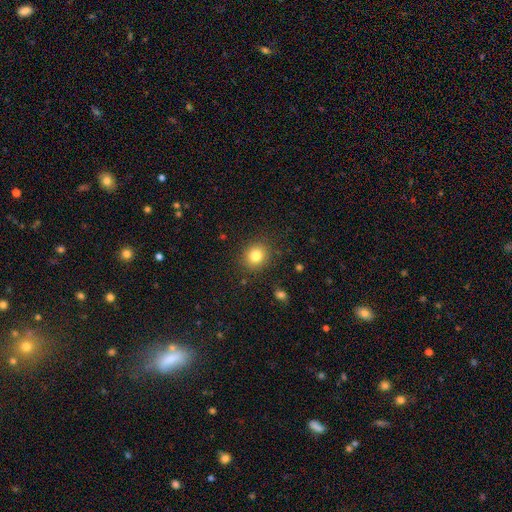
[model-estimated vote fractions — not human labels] smooth-or-featured: smooth: 82% | star or artifact: 11% | featured or disk: 7%
  how-rounded: round: 79% | in between: 20% | cigar-shaped: 1%
  merging: none: 88% | minor disturbance: 8% | major disturbance: 3% | merger: 1%